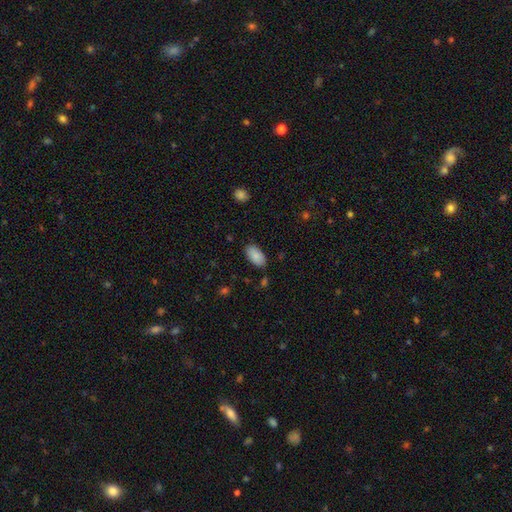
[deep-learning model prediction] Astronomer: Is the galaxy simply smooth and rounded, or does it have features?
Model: smooth — 87%.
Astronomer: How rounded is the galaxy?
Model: in between — 95%.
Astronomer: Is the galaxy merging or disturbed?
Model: none — 84%.